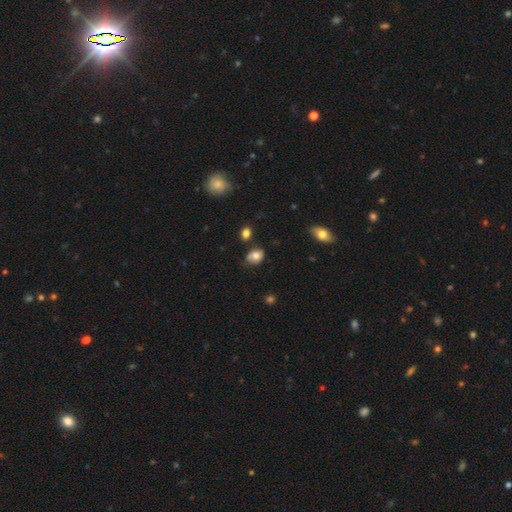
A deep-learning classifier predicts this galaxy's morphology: Overall: smooth (75%). How rounded: in between (65%; round 33%). Merging: none (64%; minor disturbance 26%).